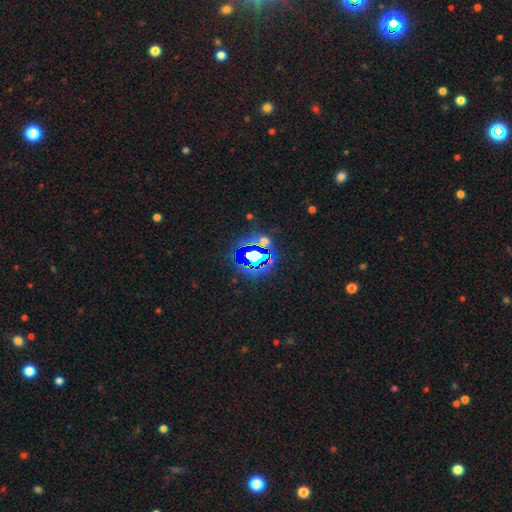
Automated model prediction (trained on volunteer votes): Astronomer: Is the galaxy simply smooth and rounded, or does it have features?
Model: star or artifact — 83%.